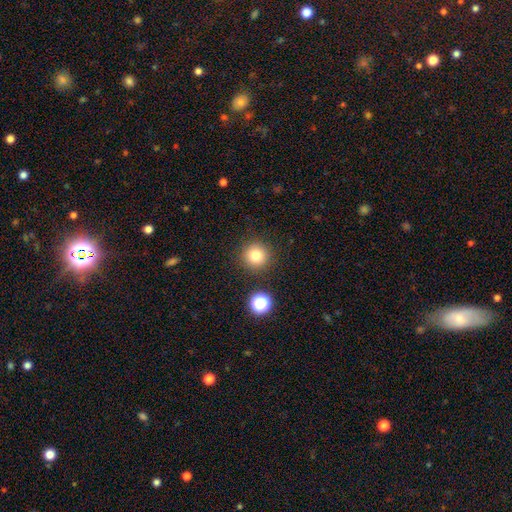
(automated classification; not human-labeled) A smooth galaxy with no disk features (79%) that is round (95%).

Vote fractions:
- Smooth or featured? smooth: 79% / star or artifact: 14% / featured or disk: 7%
- How rounded? round: 95% / in between: 4% / cigar-shaped: 1%
- Merging? none: 89% / minor disturbance: 6% / merger: 3% / major disturbance: 2%